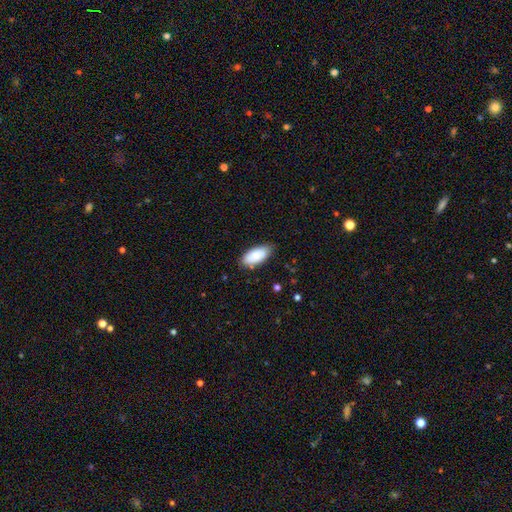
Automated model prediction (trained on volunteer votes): Morphology: type=smooth (85%); roundness=in between (91%); merging=none (78%).